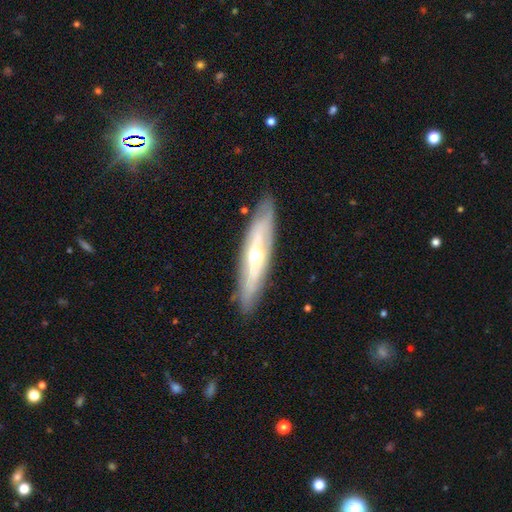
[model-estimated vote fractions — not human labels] Smooth or featured? Predicted: featured or disk (p=0.70). Edge-on disk? Predicted: yes (p=0.56). Merging? Predicted: none (p=0.85).